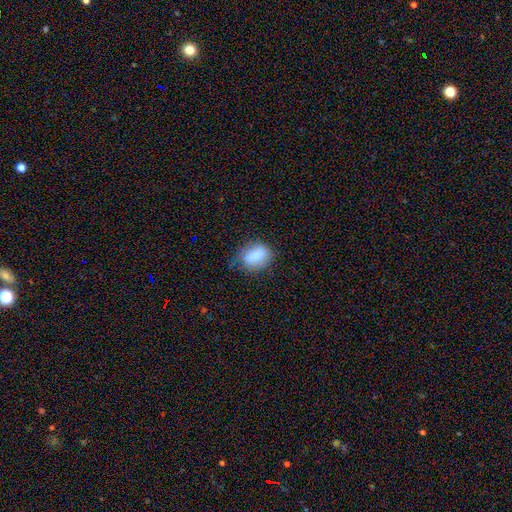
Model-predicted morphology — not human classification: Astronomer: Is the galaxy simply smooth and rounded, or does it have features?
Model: smooth — 84%.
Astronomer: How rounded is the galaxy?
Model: in between — 72%.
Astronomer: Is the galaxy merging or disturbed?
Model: none — 57%.